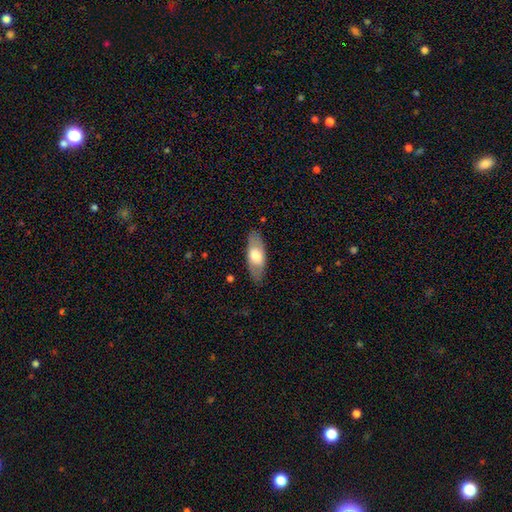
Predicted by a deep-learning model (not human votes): Smooth or featured? smooth (62%)
How rounded? in between (82%)
Merging? none (84%)